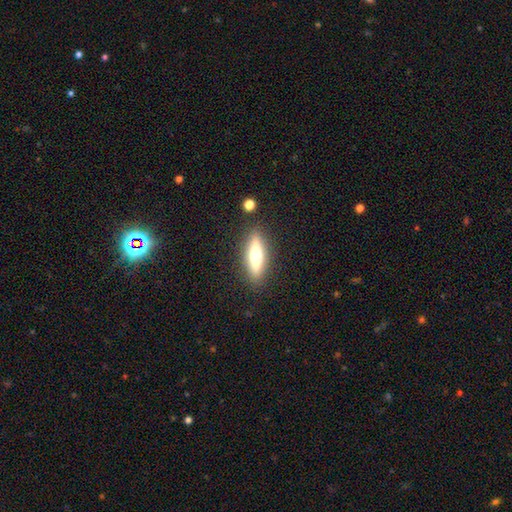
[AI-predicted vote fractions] Smooth or featured: featured or disk — 47% (smooth — 46%)
Merging: none — 87% (minor disturbance — 8%)